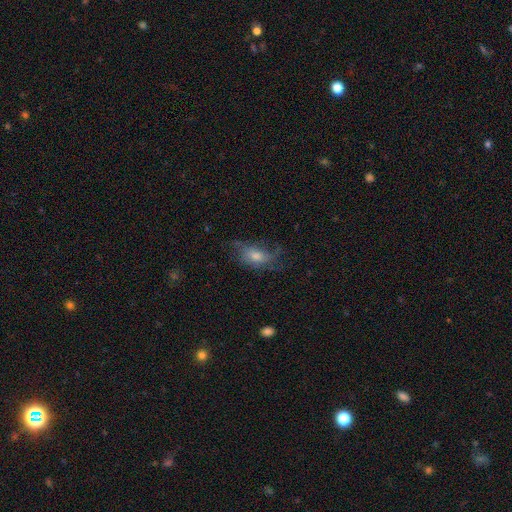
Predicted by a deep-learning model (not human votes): Morphology: type=featured or disk (48%); merging=none (54%).